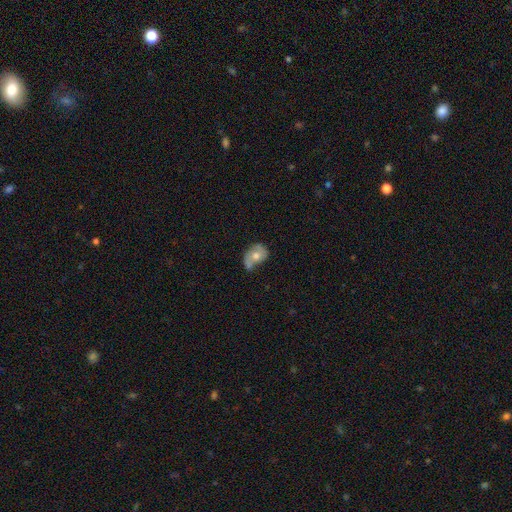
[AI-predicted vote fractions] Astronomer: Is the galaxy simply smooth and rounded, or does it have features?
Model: featured or disk — 46%, tied with smooth at 46%.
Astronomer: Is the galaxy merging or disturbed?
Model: minor disturbance — 32%, tied with none at 32%.